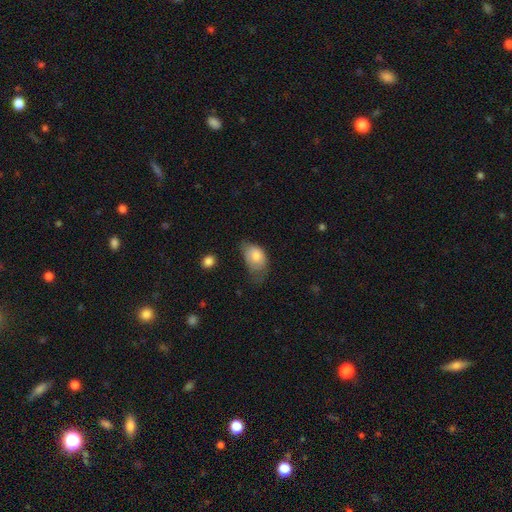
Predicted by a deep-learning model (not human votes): smooth_or_featured: smooth (p=0.79) [alt: featured or disk p=0.15]
how_rounded: in between (p=0.88) [alt: round p=0.10]
merging: minor disturbance (p=0.42) [alt: none p=0.31]